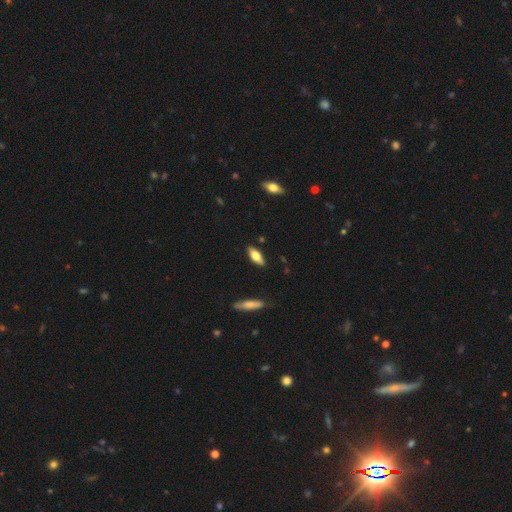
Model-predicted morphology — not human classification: Overall: smooth (70%). How rounded: in between (75%). Merging: none (87%).